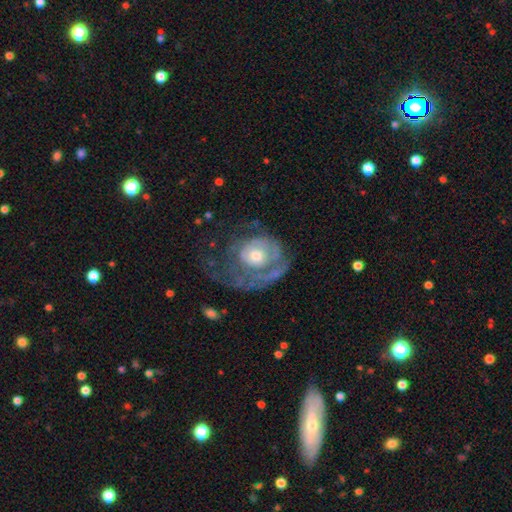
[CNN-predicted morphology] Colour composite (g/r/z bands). It shows a featured or disk galaxy (70%) with no bar (82%), spiral arms (66%) and a moderate central bulge (60%). Merging: major disturbance (41%).